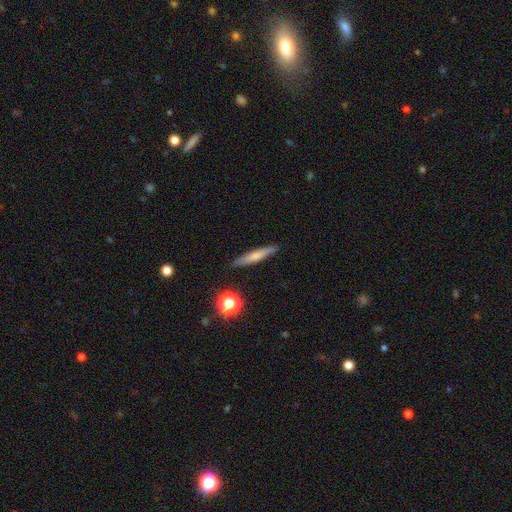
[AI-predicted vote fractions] Smooth or featured: smooth — 62% (featured or disk — 30%)
How rounded: cigar-shaped — 90% (in between — 7%)
Merging: none — 88% (minor disturbance — 9%)